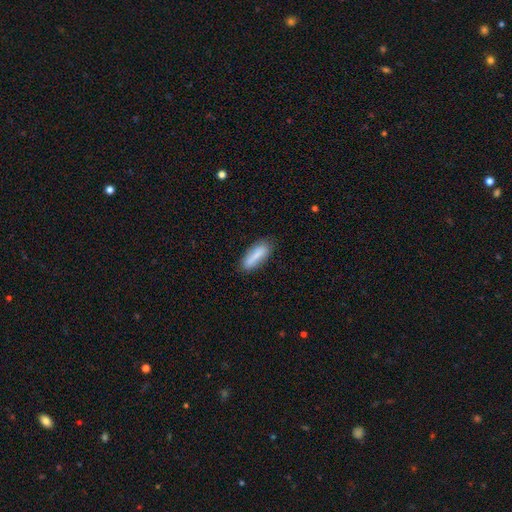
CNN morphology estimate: Smooth or featured?
  - smooth: 81% *
  - featured or disk: 12%
  - star or artifact: 7%
How rounded?
  - in between: 53% *
  - cigar-shaped: 45%
  - round: 2%
Merging?
  - none: 77% *
  - minor disturbance: 17%
  - major disturbance: 4%
  - merger: 2%